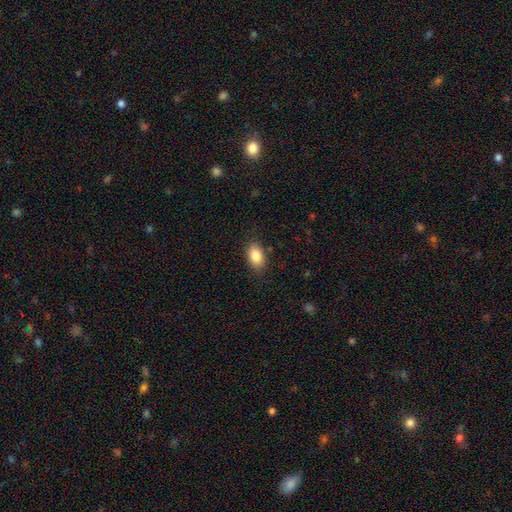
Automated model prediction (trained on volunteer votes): Morphology: type=smooth (86%); roundness=in between (89%); merging=none (85%).